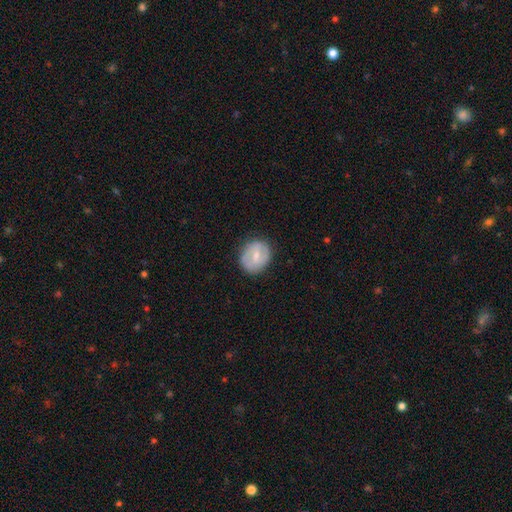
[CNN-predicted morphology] This appears to be a featured or disk galaxy (47%, tied with smooth). Merging: none (80%).